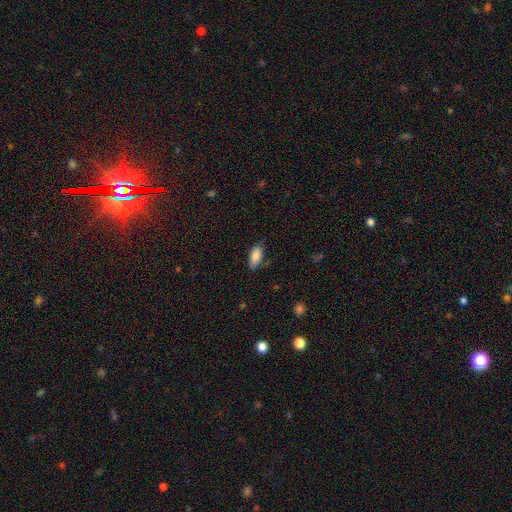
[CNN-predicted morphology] smooth-or-featured: smooth: 86% | star or artifact: 7% | featured or disk: 7%
  how-rounded: in between: 89% | cigar-shaped: 9% | round: 2%
  merging: none: 73% | minor disturbance: 21% | major disturbance: 4% | merger: 2%